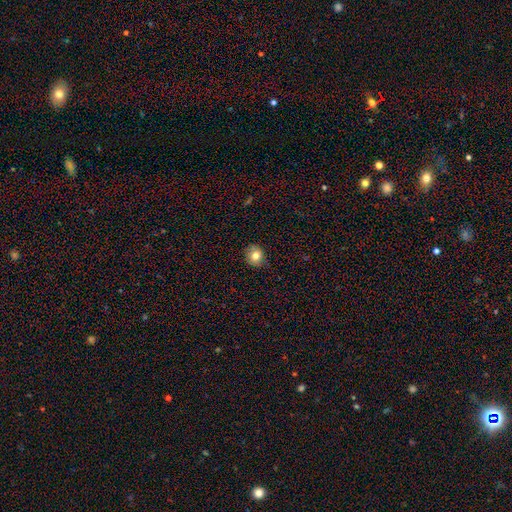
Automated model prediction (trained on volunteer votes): Morphology: type=smooth (78%); roundness=round (79%); merging=none (80%).